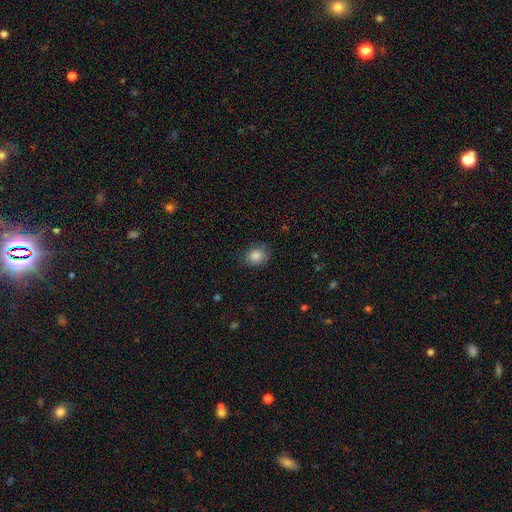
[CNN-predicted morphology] Smooth or featured?
  - smooth: 85% *
  - star or artifact: 9%
  - featured or disk: 6%
How rounded?
  - round: 61% *
  - in between: 38%
  - cigar-shaped: 1%
Merging?
  - none: 80% *
  - minor disturbance: 16%
  - major disturbance: 4%
  - merger: 1%